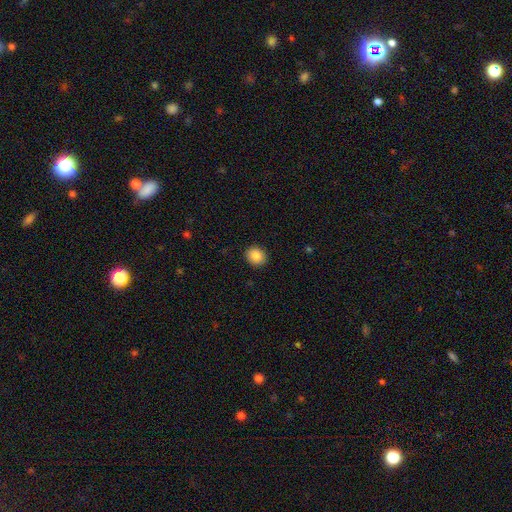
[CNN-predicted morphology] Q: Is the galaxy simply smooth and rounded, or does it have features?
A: smooth — 87%.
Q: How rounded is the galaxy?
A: round — 71%.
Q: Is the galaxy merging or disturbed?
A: none — 90%.